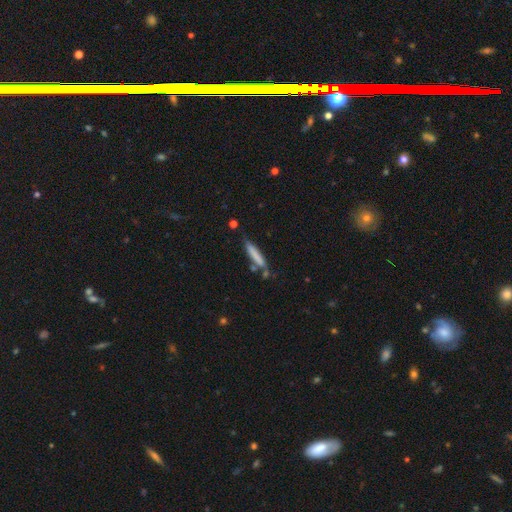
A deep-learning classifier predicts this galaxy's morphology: This appears to be a smooth galaxy with no disk features (73%) that is cigar-shaped (91%). Merging: none (68%).